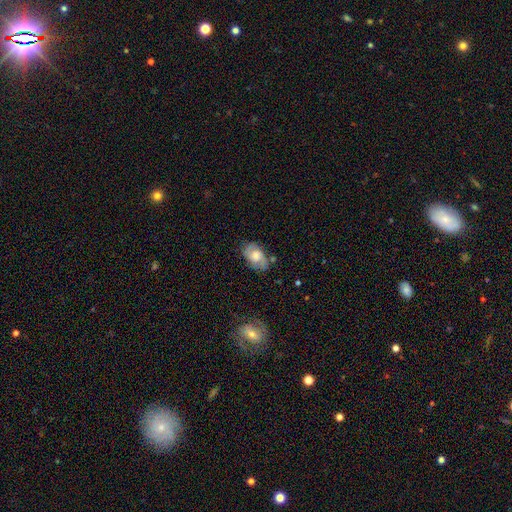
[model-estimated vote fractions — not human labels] Smooth or featured?
  - featured or disk: 54% *
  - smooth: 38%
  - star or artifact: 8%
Edge-on disk?
  - no: 95% *
  - yes: 5%
Bar?
  - no: 66% *
  - weak: 30%
  - strong: 5%
Spiral arms?
  - yes: 81% *
  - no: 19%
Bulge size?
  - moderate: 47% *
  - large: 30%
  - small: 14%
  - none: 6%
  - dominant: 3%
Merging?
  - none: 72% *
  - minor disturbance: 20%
  - major disturbance: 6%
  - merger: 3%